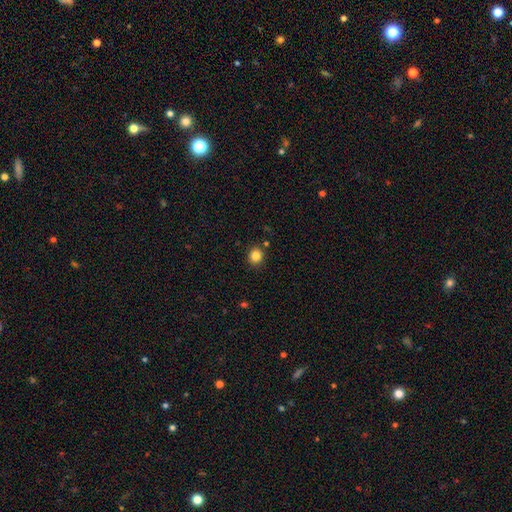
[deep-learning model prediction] Morphology: type=smooth (84%); roundness=round (83%); merging=none (88%).